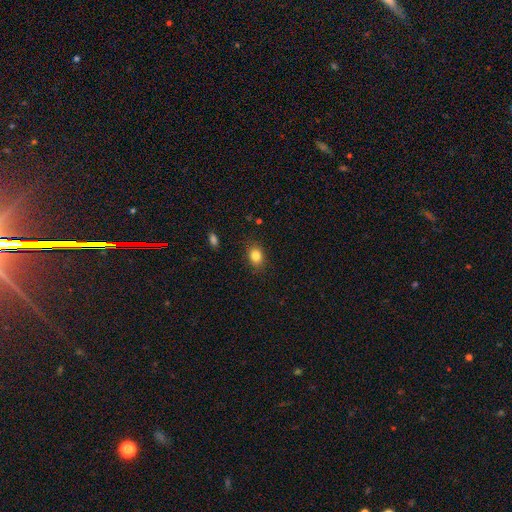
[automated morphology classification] smooth 84%, star or artifact 11%, featured or disk 6%. Down the decision tree: how rounded — in between (57%); merging — none (84%).